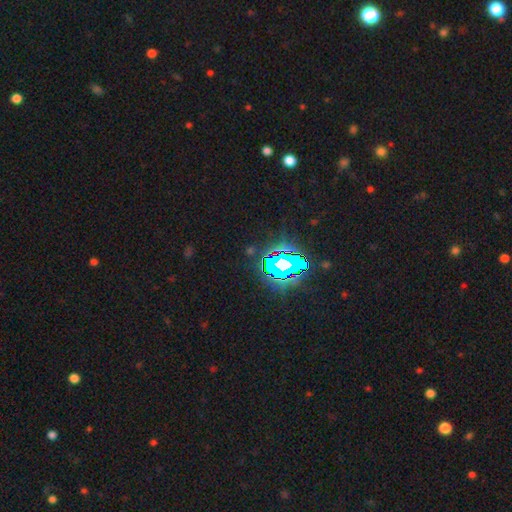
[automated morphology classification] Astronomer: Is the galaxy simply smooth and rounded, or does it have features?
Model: star or artifact — 80%.